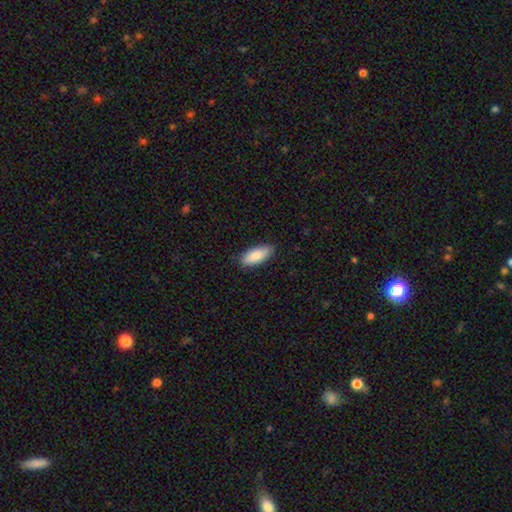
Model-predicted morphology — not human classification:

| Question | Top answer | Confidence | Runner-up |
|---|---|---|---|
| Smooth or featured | smooth | 83% | featured or disk (12%) |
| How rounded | in between | 78% | cigar-shaped (20%) |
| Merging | none | 85% | minor disturbance (12%) |